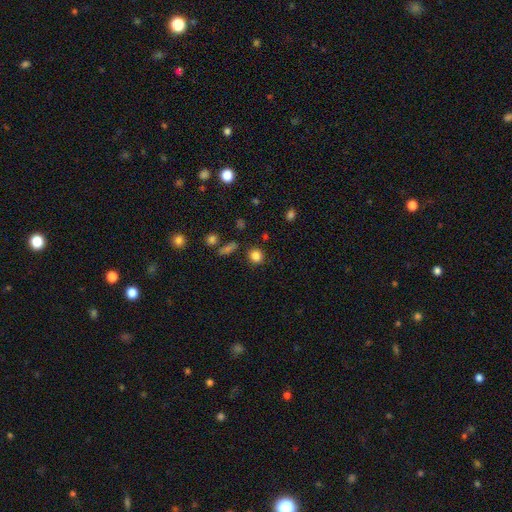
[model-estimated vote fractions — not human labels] Smooth or featured? Predicted: smooth (p=0.83). How rounded? Predicted: round (p=0.80). Merging? Predicted: none (p=0.85).